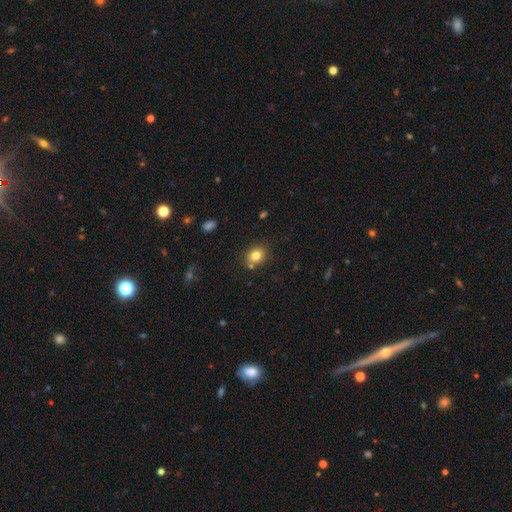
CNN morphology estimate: Smooth or featured: smooth — 81% (star or artifact — 11%)
How rounded: round — 57% (in between — 42%)
Merging: none — 78% (minor disturbance — 12%)